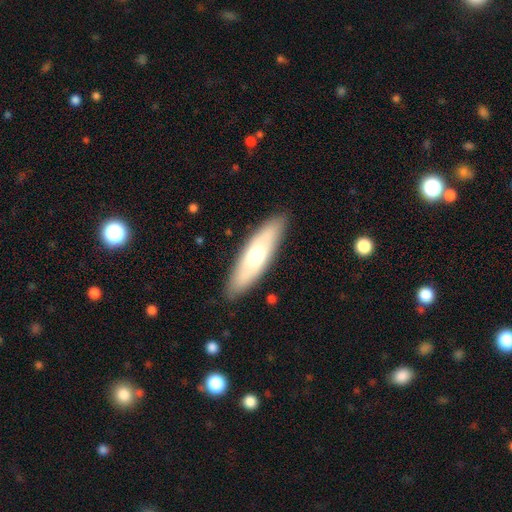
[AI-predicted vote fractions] A smooth galaxy with no disk features (58%) that is cigar-shaped (56%).

Vote fractions:
- Smooth or featured? smooth: 58% / featured or disk: 36% / star or artifact: 5%
- How rounded? cigar-shaped: 56% / in between: 42% / round: 2%
- Merging? none: 88% / minor disturbance: 9% / major disturbance: 2% / merger: 1%